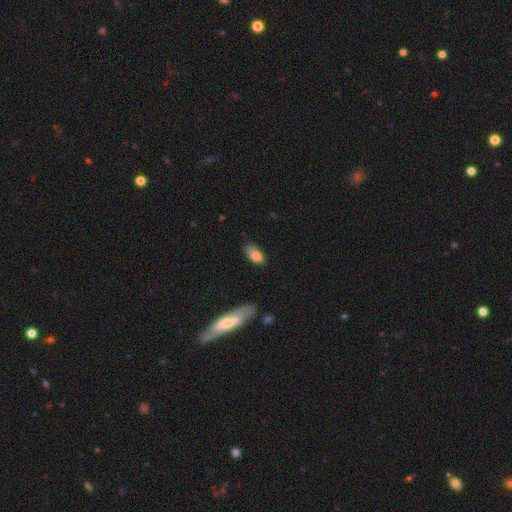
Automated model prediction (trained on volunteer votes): This appears to be a smooth galaxy with no disk features (83%) that is in between round and cigar-shaped (89%). Merging: none (71%).